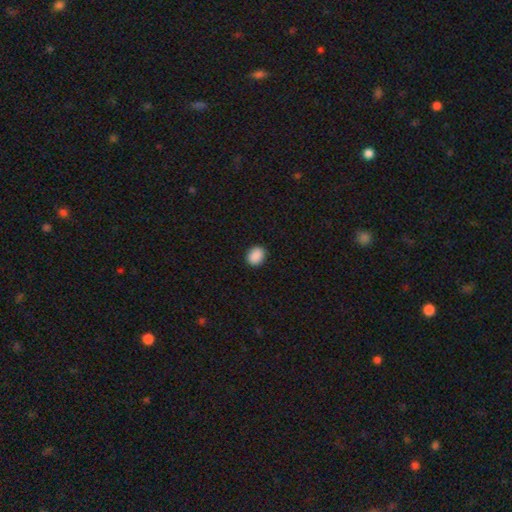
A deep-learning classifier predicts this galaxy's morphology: smooth 90%, star or artifact 8%, featured or disk 2%. Down the decision tree: how rounded — round (55%); merging — none (91%).